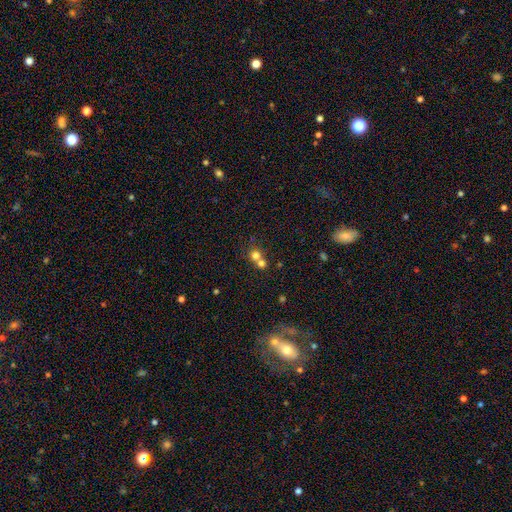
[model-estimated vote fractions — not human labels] Smooth or featured?
  - smooth: 73% *
  - star or artifact: 15%
  - featured or disk: 12%
How rounded?
  - round: 86% *
  - in between: 13%
  - cigar-shaped: 1%
Merging?
  - merger: 55% *
  - none: 38%
  - minor disturbance: 5%
  - major disturbance: 3%